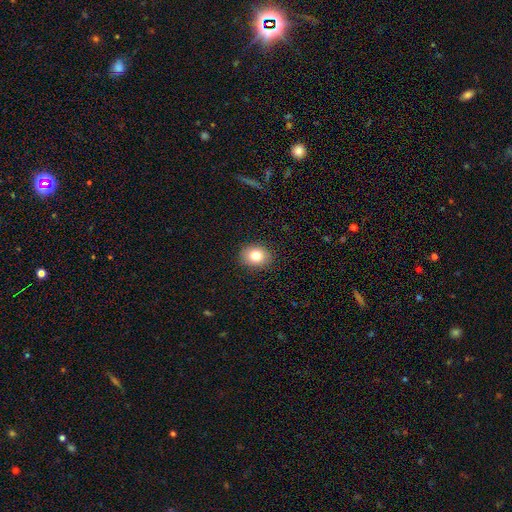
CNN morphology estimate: Overall: smooth (81%). How rounded: round (55%; in between 44%). Merging: none (89%).